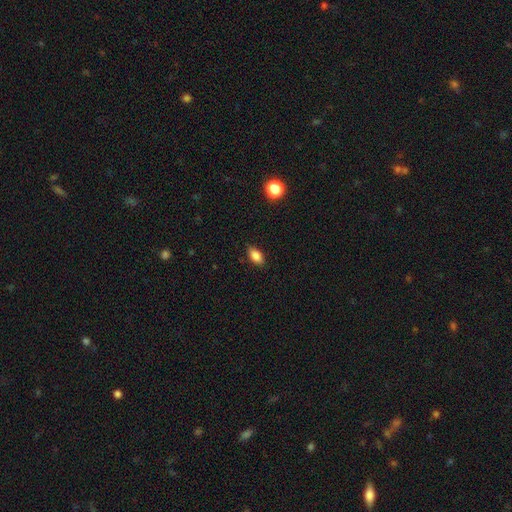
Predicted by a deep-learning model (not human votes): Morphology: type=smooth (85%); roundness=in between (88%); merging=none (86%).